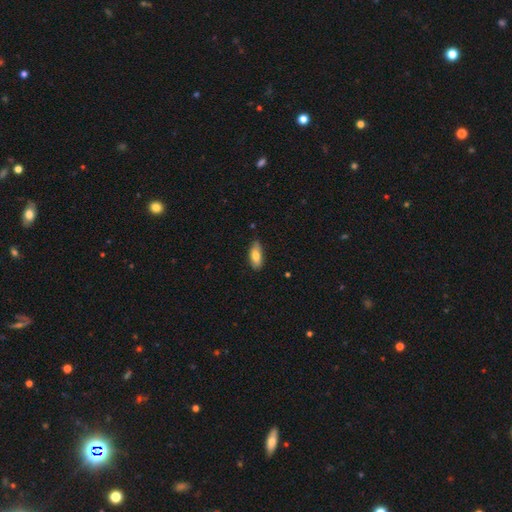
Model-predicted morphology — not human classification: Smooth or featured: smooth — 78% (featured or disk — 16%)
How rounded: in between — 79% (cigar-shaped — 19%)
Merging: none — 77% (minor disturbance — 19%)